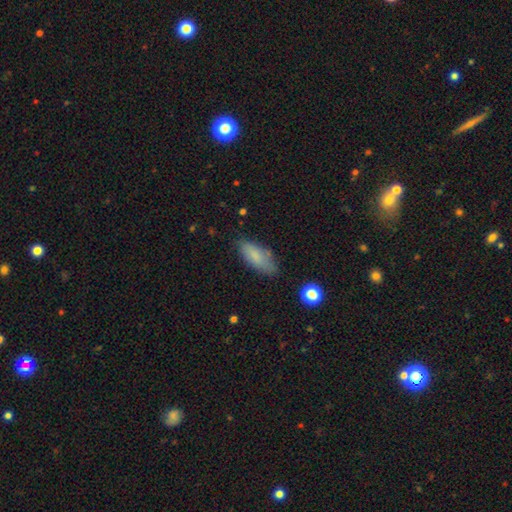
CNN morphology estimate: Smooth or featured? Predicted: smooth (p=0.81). How rounded? Predicted: in between (p=0.77). Merging? Predicted: none (p=0.73).